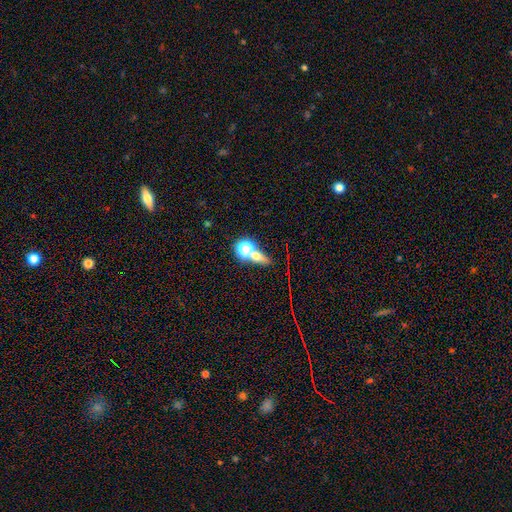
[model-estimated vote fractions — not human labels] smooth 53%, star or artifact 27%, featured or disk 20%. Down the decision tree: how rounded — round (52%); merging — none (50%).